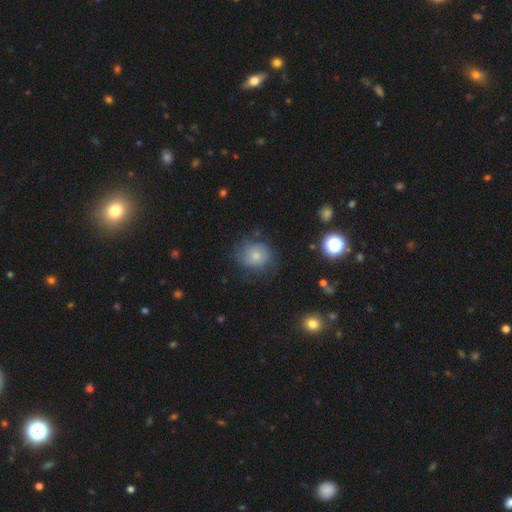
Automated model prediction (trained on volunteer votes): smooth-or-featured: smooth: 68% | featured or disk: 22% | star or artifact: 10%
  how-rounded: round: 74% | in between: 25% | cigar-shaped: 1%
  merging: none: 60% | minor disturbance: 26% | major disturbance: 13% | merger: 2%